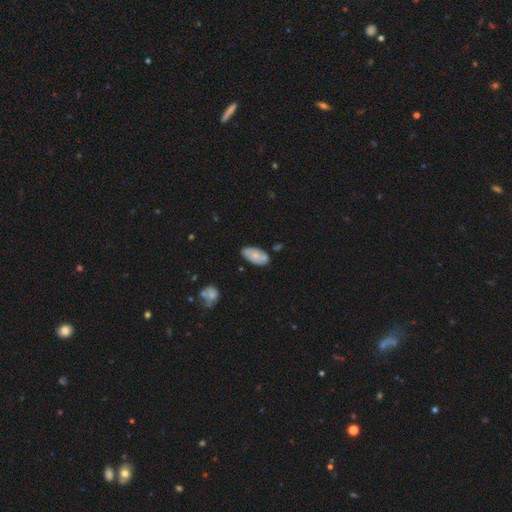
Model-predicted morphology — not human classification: Smooth or featured? smooth (61%)
How rounded? in between (92%)
Merging? none (72%)